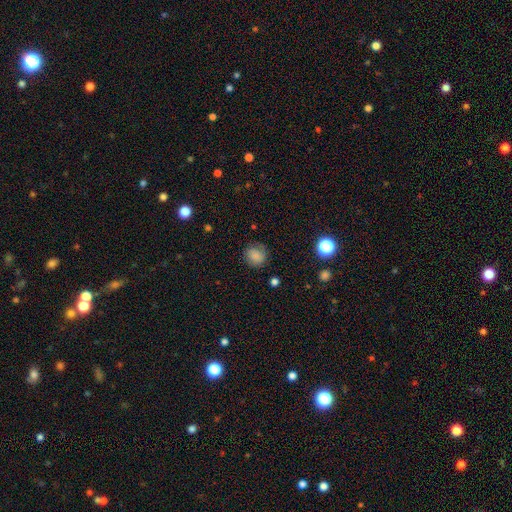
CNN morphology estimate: smooth 79%, star or artifact 12%, featured or disk 9%. Down the decision tree: how rounded — round (82%); merging — none (74%).